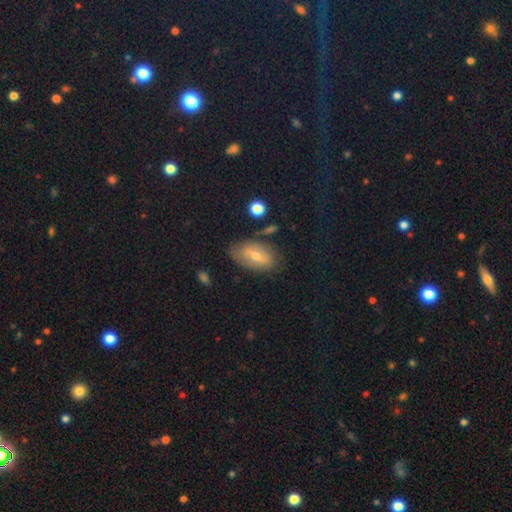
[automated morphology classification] smooth-or-featured: smooth: 49% | featured or disk: 43% | star or artifact: 9%
  merging: none: 68% | minor disturbance: 22% | major disturbance: 6% | merger: 3%